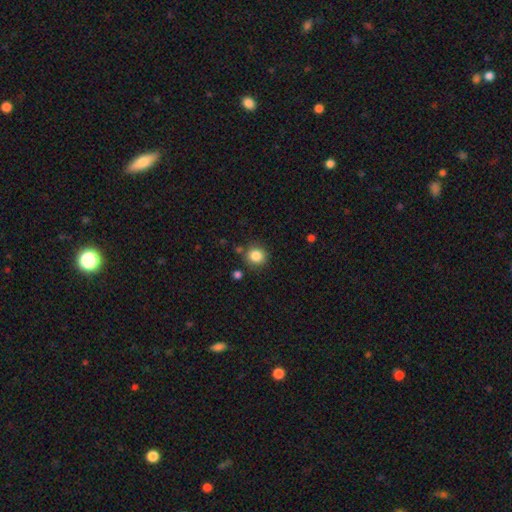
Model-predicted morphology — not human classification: A smooth galaxy with no disk features (85%) that is round (89%). Merging: none (83%).